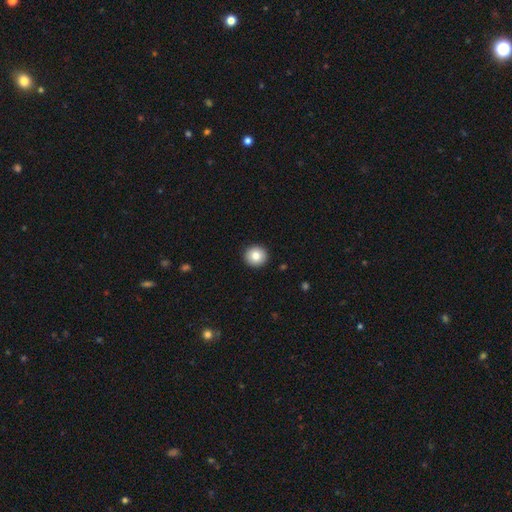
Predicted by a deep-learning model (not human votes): Overall: smooth (83%). How rounded: round (93%). Merging: none (93%).